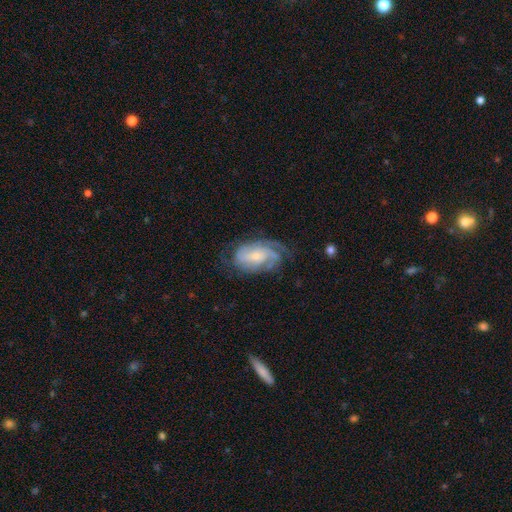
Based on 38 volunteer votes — smooth-or-featured: featured or disk: 95% | smooth: 5% | star or artifact: 0%
  disk-edge-on: no: 97% | yes: 3%
    bar: no: 57% | weak: 34% | strong: 9%
    has-spiral-arms: yes: 97% | no: 3%
      spiral-winding: tight: 65% | medium: 29% | loose: 6%
      spiral-arm-count: 3: 44% | 4: 21% | can't tell: 21% | 2: 12% | more than 4: 3% | 1: 0%
    bulge-size: small: 71% | moderate: 23% | none: 6% | dominant: 0% | large: 0%
  merging: none: 74% | minor disturbance: 16% | major disturbance: 8% | merger: 3%